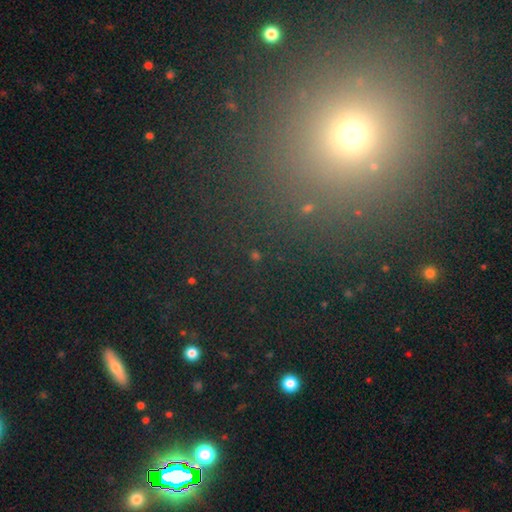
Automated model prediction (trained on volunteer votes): star or artifact 53%, smooth 37%, featured or disk 10%.